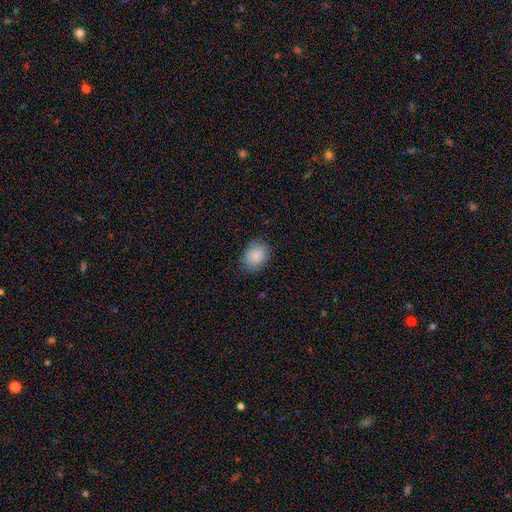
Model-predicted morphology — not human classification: smooth_or_featured: smooth (p=0.88) [alt: star or artifact p=0.07]
how_rounded: in between (p=0.62) [alt: round p=0.37]
merging: none (p=0.81) [alt: minor disturbance p=0.15]